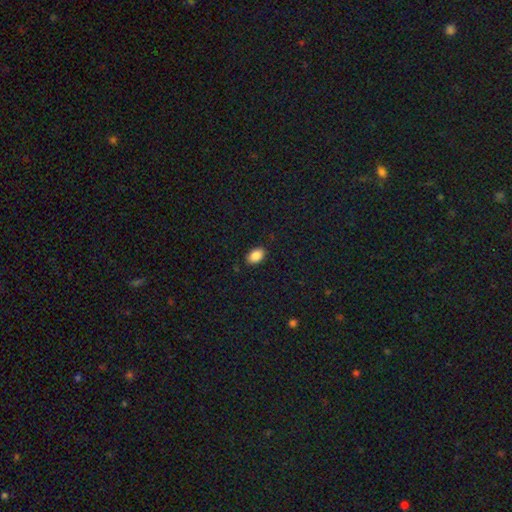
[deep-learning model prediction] smooth_or_featured: smooth (p=0.87) [alt: star or artifact p=0.08]
how_rounded: in between (p=0.89) [alt: round p=0.10]
merging: none (p=0.89) [alt: minor disturbance p=0.09]